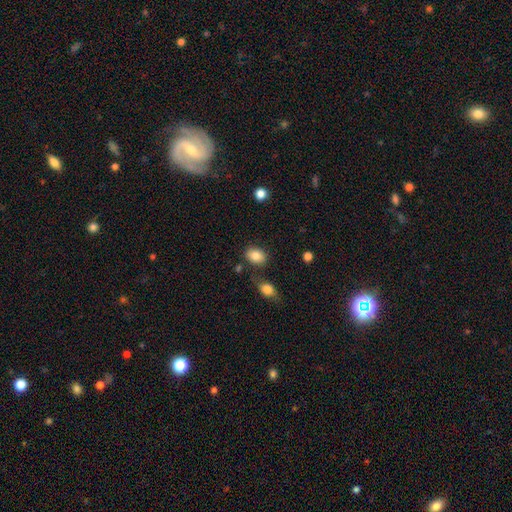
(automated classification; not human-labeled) Smooth or featured? smooth (83%)
How rounded? in between (70%)
Merging? none (75%)